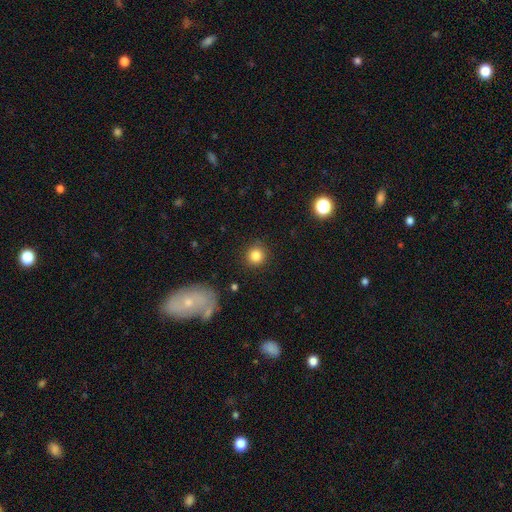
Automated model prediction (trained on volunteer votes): smooth 83%, star or artifact 11%, featured or disk 6%. Down the decision tree: how rounded — round (93%); merging — none (89%).